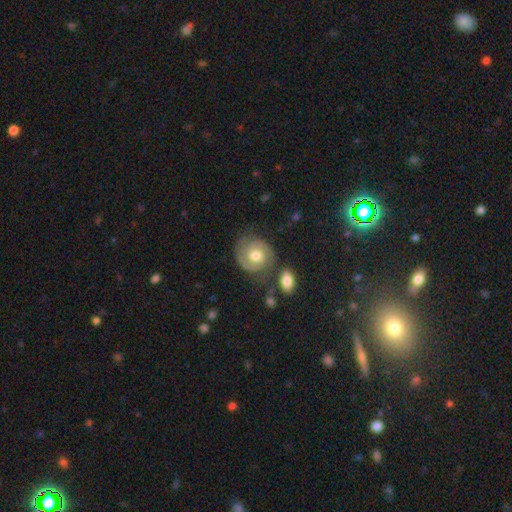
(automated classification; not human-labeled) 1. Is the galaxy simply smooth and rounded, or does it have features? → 78% featured or disk, 16% smooth, 6% star or artifact.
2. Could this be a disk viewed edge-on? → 98% no, 2% yes.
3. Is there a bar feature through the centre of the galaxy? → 68% no, 27% weak, 5% strong.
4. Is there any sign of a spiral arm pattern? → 94% yes, 6% no.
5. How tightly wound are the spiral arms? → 56% tight, 35% medium, 8% loose.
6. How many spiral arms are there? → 86% 2, 6% can't tell, 3% 3, 2% 1, 1% 4, 1% more than 4.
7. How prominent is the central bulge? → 75% moderate, 15% small, 7% large, 1% none, 1% dominant.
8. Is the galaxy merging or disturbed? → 73% none, 15% minor disturbance, 6% merger, 6% major disturbance.